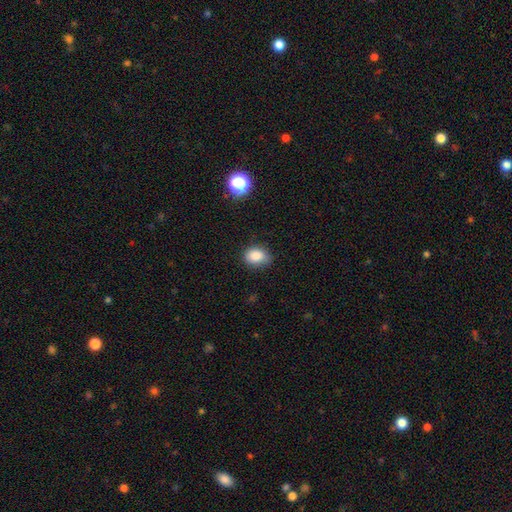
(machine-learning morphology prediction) Overall: smooth (84%). How rounded: in between (64%; round 35%). Merging: none (65%; minor disturbance 27%).